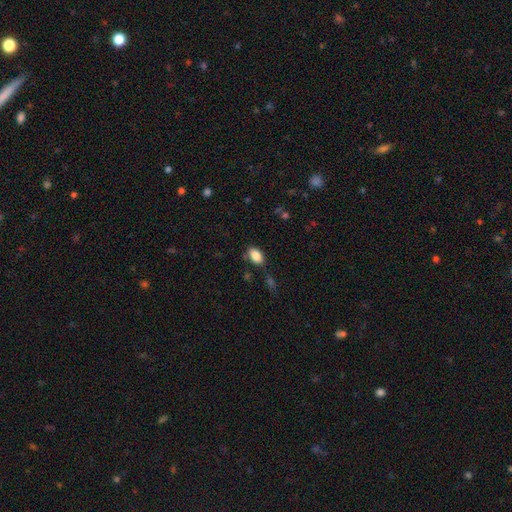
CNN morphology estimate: smooth 86%, star or artifact 8%, featured or disk 6%. Down the decision tree: how rounded — in between (89%); merging — none (74%).